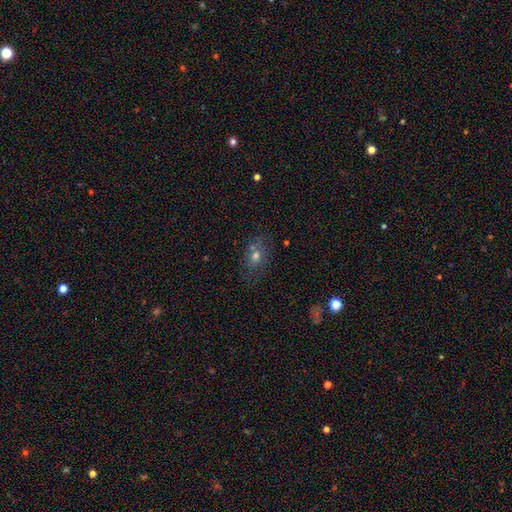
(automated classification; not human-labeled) Overall: smooth (56%; star or artifact 24%). How rounded: in between (58%; round 39%). Merging: none (67%).